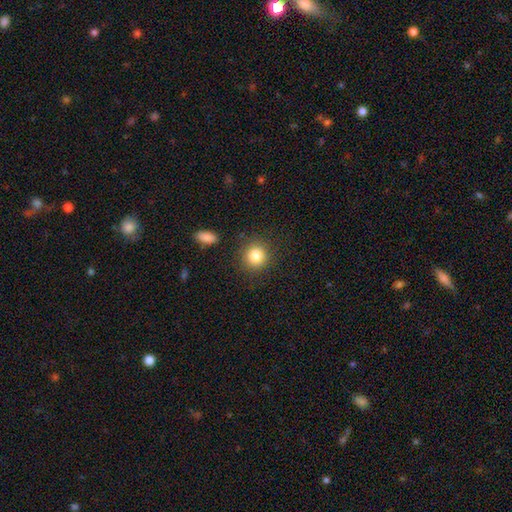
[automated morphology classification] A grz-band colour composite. It shows a smooth galaxy with no disk features (84%) that is round (89%). Merging: none (86%).